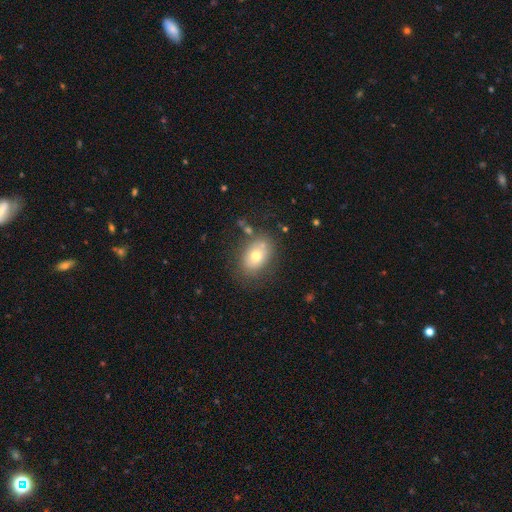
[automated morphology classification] A smooth galaxy with no disk features (69%) that is in between round and cigar-shaped (79%). Merging: none (72%).